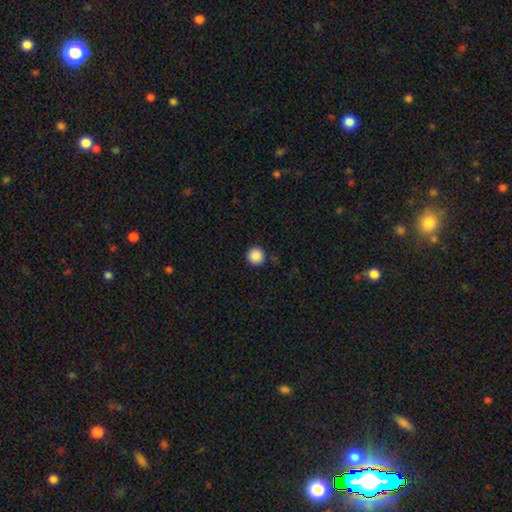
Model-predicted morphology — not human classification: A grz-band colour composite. It shows a smooth galaxy with no disk features (89%) that is round (96%). Merging: none (91%).